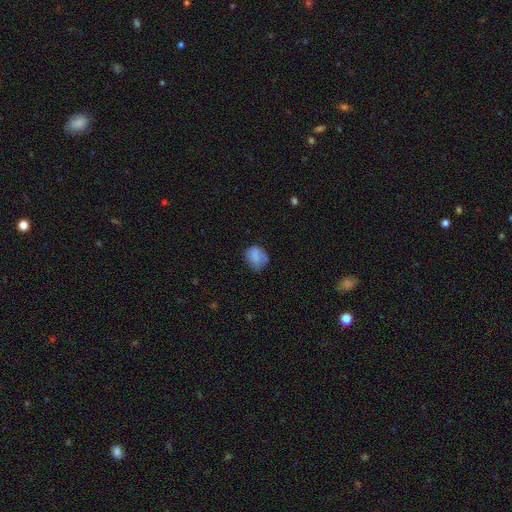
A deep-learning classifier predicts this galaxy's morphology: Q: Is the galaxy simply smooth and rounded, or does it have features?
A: smooth — 76%.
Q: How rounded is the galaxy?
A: round — 56%.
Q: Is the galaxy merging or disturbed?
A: none — 54%.